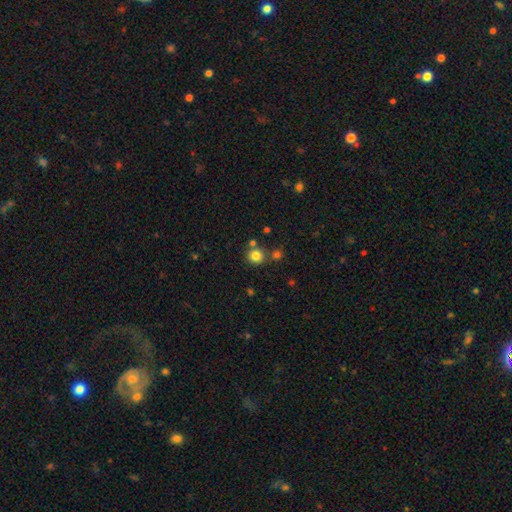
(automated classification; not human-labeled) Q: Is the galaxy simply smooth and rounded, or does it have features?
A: smooth — 82%.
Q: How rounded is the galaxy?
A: round — 89%.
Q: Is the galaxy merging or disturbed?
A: none — 75%.